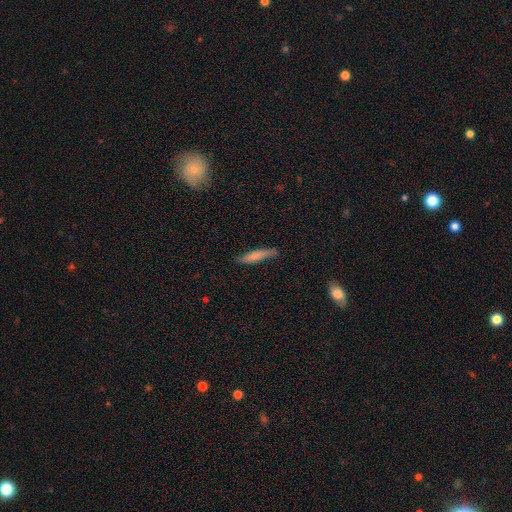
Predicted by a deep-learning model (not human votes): A smooth galaxy with no disk features (73%) that is cigar-shaped (88%).

Vote fractions:
- Smooth or featured? smooth: 73% / featured or disk: 22% / star or artifact: 6%
- How rounded? cigar-shaped: 88% / in between: 11% / round: 1%
- Merging? none: 79% / minor disturbance: 17% / major disturbance: 3% / merger: 2%